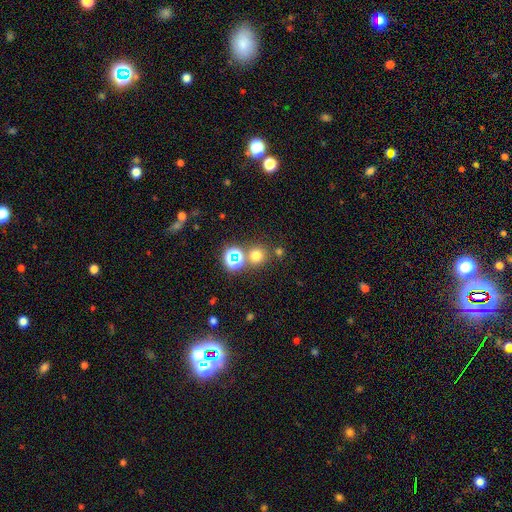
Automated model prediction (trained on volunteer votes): Smooth or featured? Predicted: smooth (p=0.67). How rounded? Predicted: round (p=0.90). Merging? Predicted: none (p=0.74).